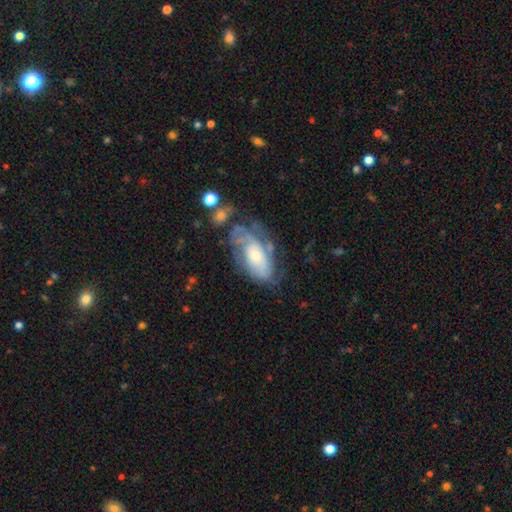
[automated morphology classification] smooth-or-featured: featured or disk: 66% | smooth: 27% | star or artifact: 7%
  disk-edge-on: no: 93% | yes: 7%
    bar: no: 77% | weak: 18% | strong: 4%
    has-spiral-arms: yes: 75% | no: 25%
    bulge-size: small: 53% | moderate: 37% | large: 6% | none: 2% | dominant: 2%
  merging: none: 43% | minor disturbance: 26% | major disturbance: 24% | merger: 7%